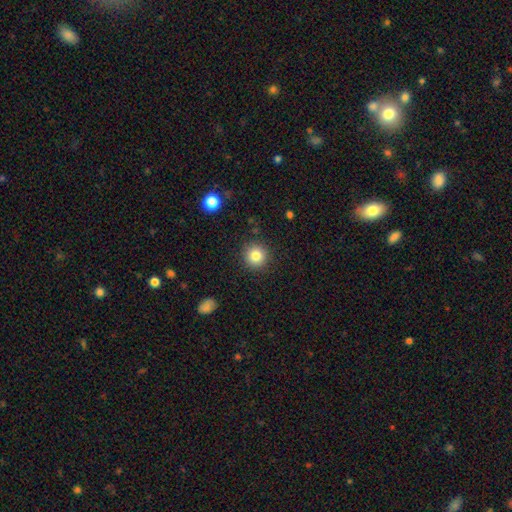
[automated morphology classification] smooth 83%, star or artifact 11%, featured or disk 7%. Down the decision tree: how rounded — round (94%); merging — none (90%).